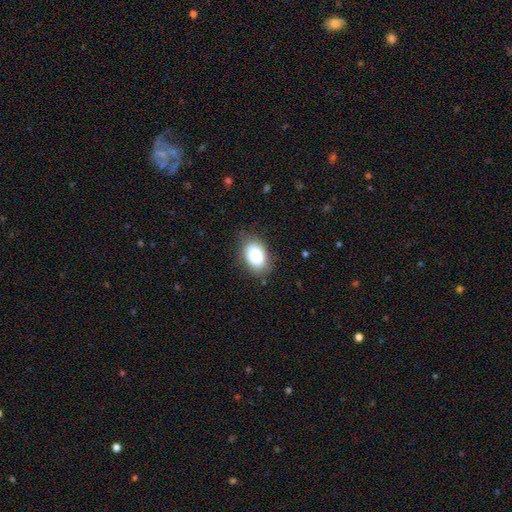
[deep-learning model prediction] Smooth or featured? Predicted: smooth (p=0.84). How rounded? Predicted: in between (p=0.87). Merging? Predicted: none (p=0.79).